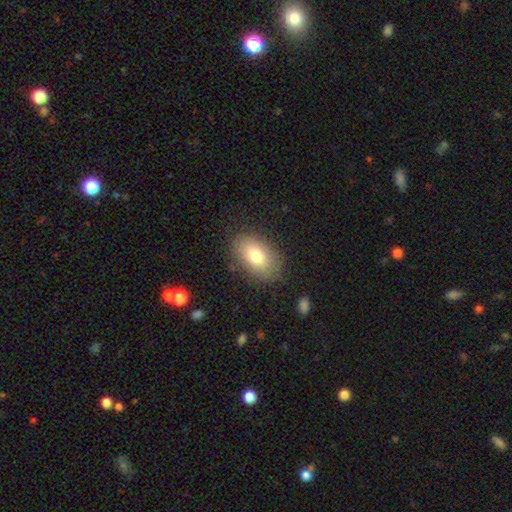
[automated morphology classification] A smooth galaxy with no disk features (78%) that is in between round and cigar-shaped (91%). Merging: none (82%).